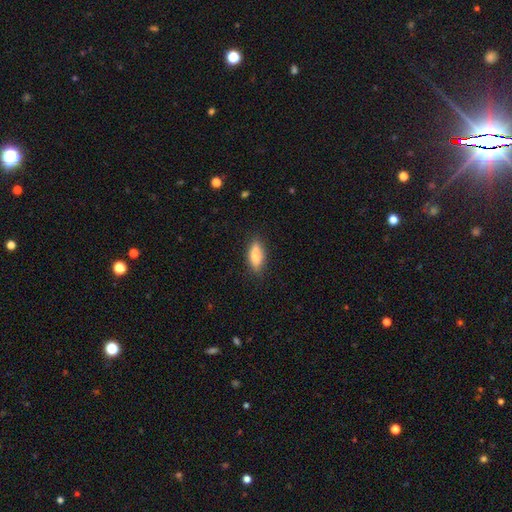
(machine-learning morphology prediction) This appears to be a smooth galaxy with no disk features (72%) that is in between round and cigar-shaped (58%). Merging: none (81%).